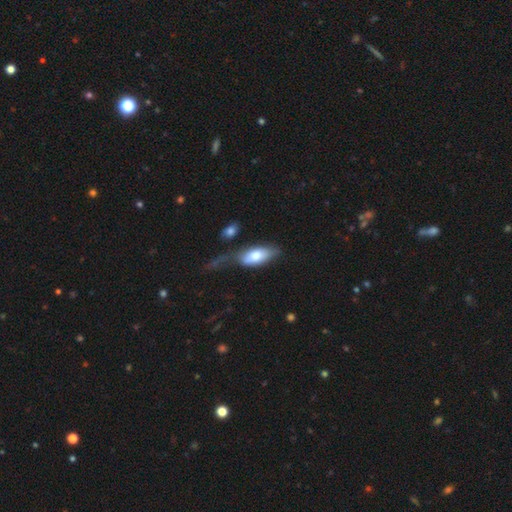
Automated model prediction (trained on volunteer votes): A smooth galaxy with no disk features (71%) that is in between round and cigar-shaped (85%). Merging: none (33%).